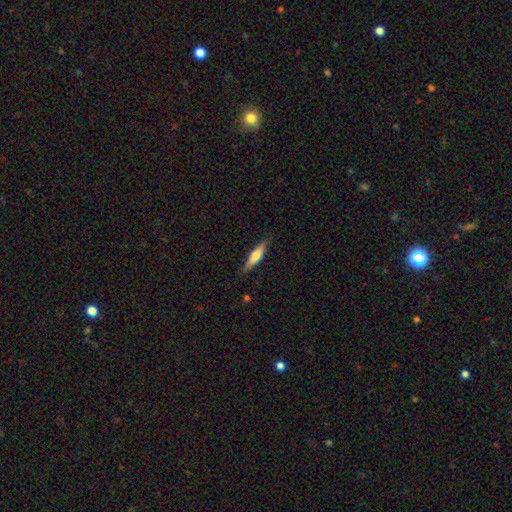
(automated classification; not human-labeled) The model was most divided on "smooth or featured": smooth: 55%, featured or disk: 40%, star or artifact: 6%. More confident: merging — none (86%); how rounded — cigar-shaped (78%).